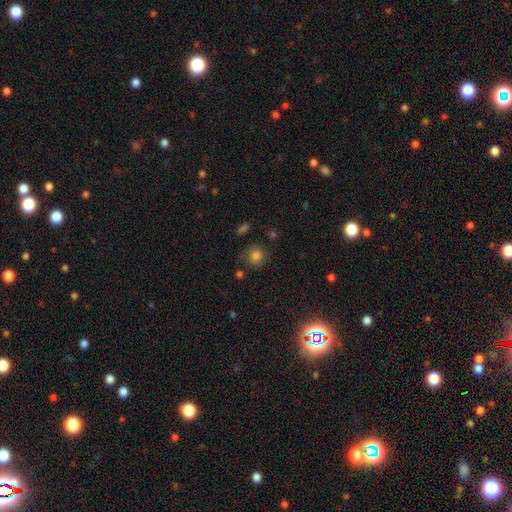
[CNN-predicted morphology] Smooth or featured? Predicted: smooth (p=0.78). How rounded? Predicted: round (p=0.85). Merging? Predicted: none (p=0.72).